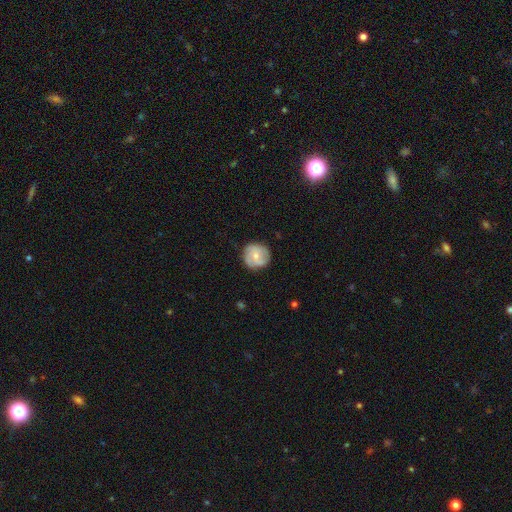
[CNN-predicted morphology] Smooth or featured: smooth — 49% (featured or disk — 44%)
Merging: none — 79% (minor disturbance — 16%)